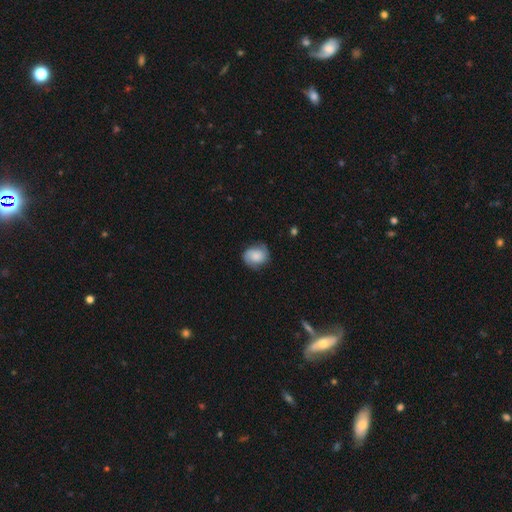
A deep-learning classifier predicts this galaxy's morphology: Smooth or featured?
  - smooth: 51% *
  - featured or disk: 40%
  - star or artifact: 8%
How rounded?
  - round: 64% *
  - in between: 35%
  - cigar-shaped: 1%
Merging?
  - none: 73% *
  - minor disturbance: 20%
  - major disturbance: 6%
  - merger: 1%